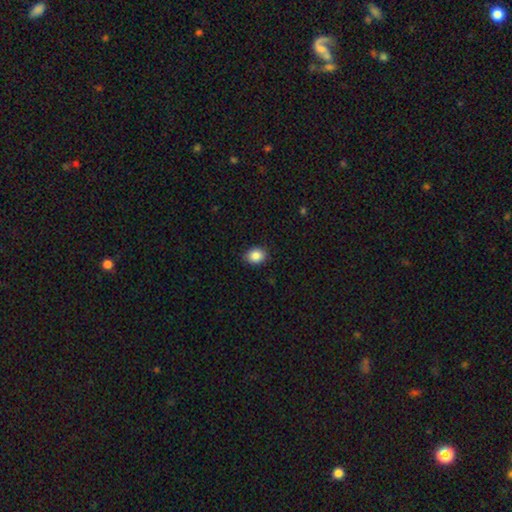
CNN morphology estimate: Smooth or featured?
  - smooth: 86% *
  - star or artifact: 9%
  - featured or disk: 5%
How rounded?
  - in between: 50% *
  - round: 49%
  - cigar-shaped: 1%
Merging?
  - none: 88% *
  - minor disturbance: 9%
  - major disturbance: 2%
  - merger: 1%